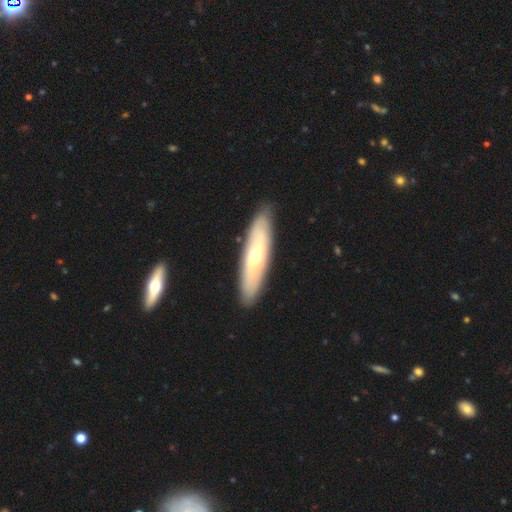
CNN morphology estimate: type=featured or disk (54%); edge-on=no (57%); merging=none (88%).